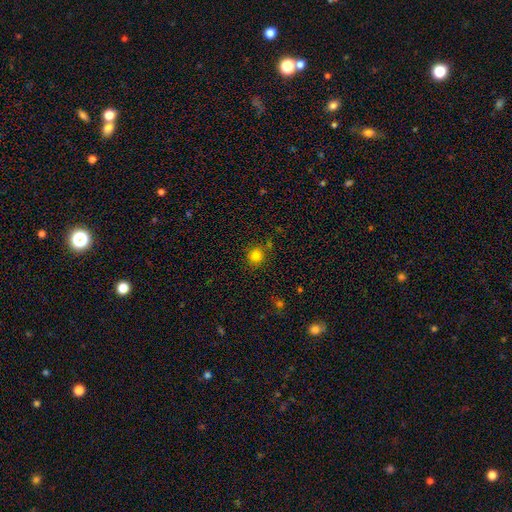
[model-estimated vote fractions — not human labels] Morphology: type=smooth (82%); roundness=round (90%); merging=none (81%).